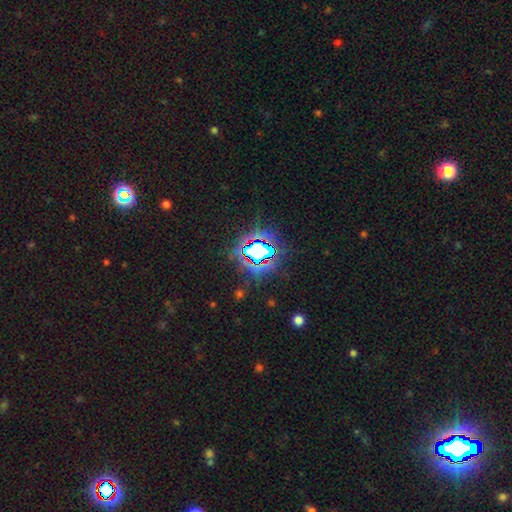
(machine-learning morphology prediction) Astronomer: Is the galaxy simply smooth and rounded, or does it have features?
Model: star or artifact — 71%.